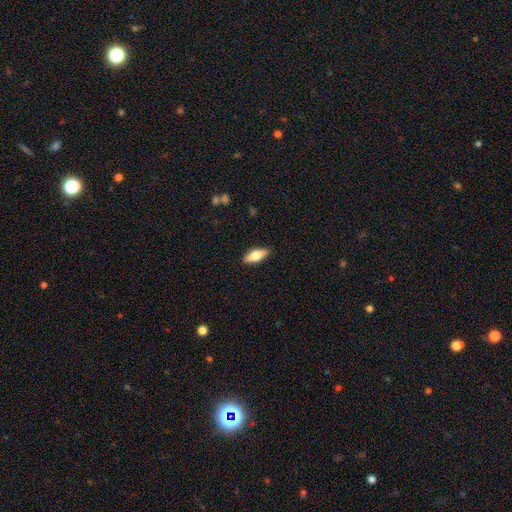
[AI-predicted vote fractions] Q: Smooth or featured?
A: smooth (72%); runner-up: featured or disk (22%)
Q: How rounded?
A: in between (72%); runner-up: cigar-shaped (25%)
Q: Merging?
A: none (88%); runner-up: minor disturbance (9%)